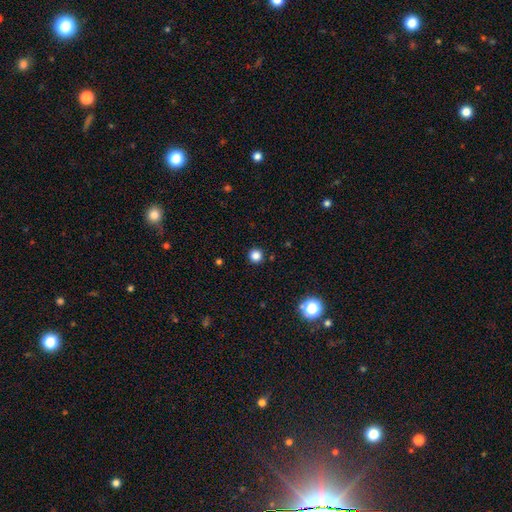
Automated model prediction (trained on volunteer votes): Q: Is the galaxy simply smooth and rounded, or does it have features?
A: smooth — 83%.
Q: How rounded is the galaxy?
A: round — 95%.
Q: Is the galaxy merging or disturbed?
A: none — 92%.